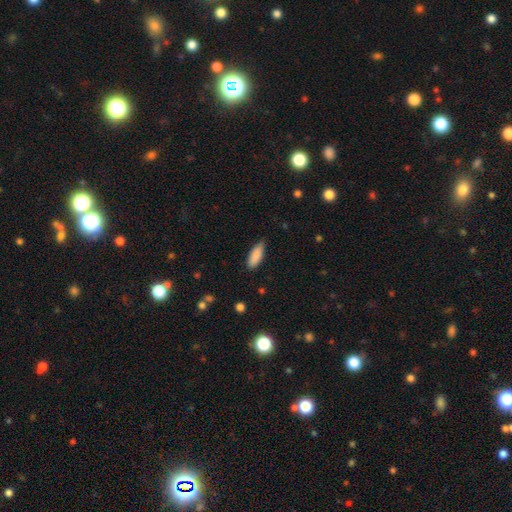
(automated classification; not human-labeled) This is clearly a smooth galaxy (88%). How rounded: likely in between (72%). Merging: likely none (77%).